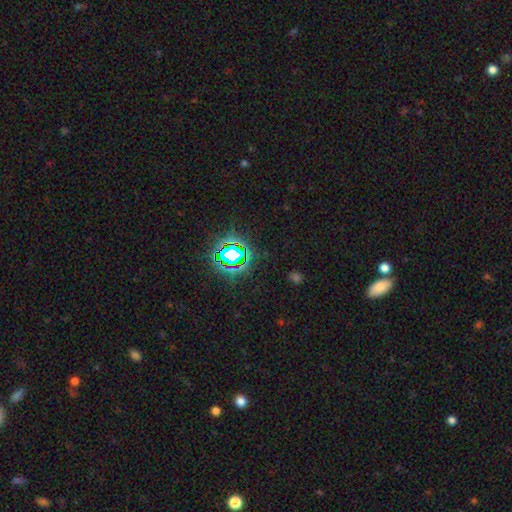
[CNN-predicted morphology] This appears to be a star or artifact, not a galaxy (77%).